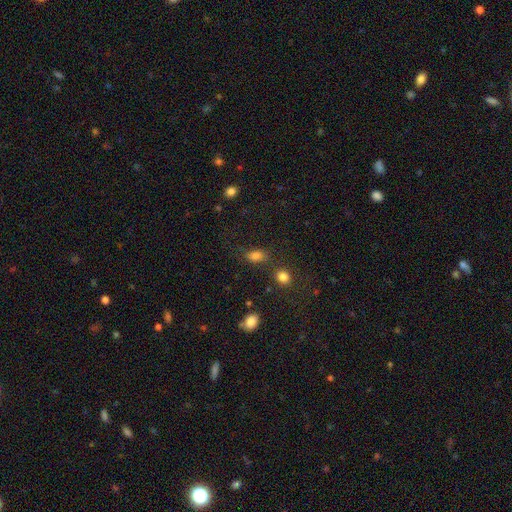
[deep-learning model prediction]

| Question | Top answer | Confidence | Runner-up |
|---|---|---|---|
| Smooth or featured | smooth | 82% | star or artifact (11%) |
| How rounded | in between | 82% | round (14%) |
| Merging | none | 69% | minor disturbance (17%) |